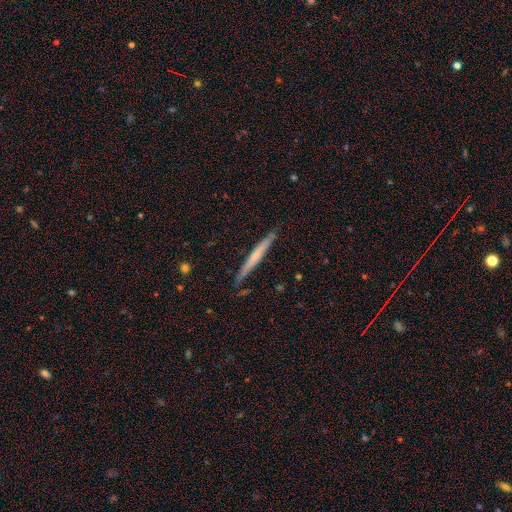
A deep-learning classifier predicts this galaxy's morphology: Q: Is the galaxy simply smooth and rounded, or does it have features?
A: featured or disk — 51%.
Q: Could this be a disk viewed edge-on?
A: yes — 96%.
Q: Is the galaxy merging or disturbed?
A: none — 86%.